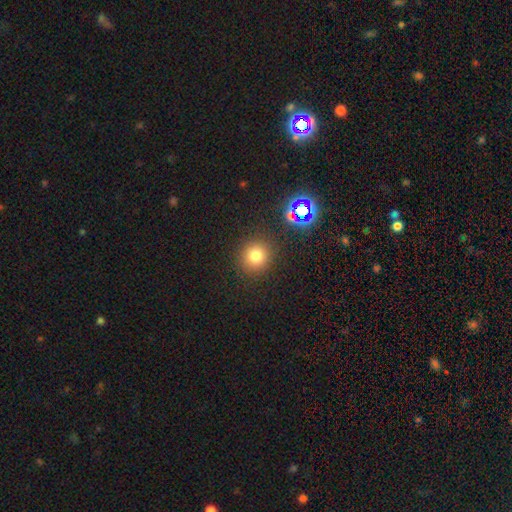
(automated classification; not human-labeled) Smooth or featured? smooth (76%)
How rounded? round (89%)
Merging? none (87%)